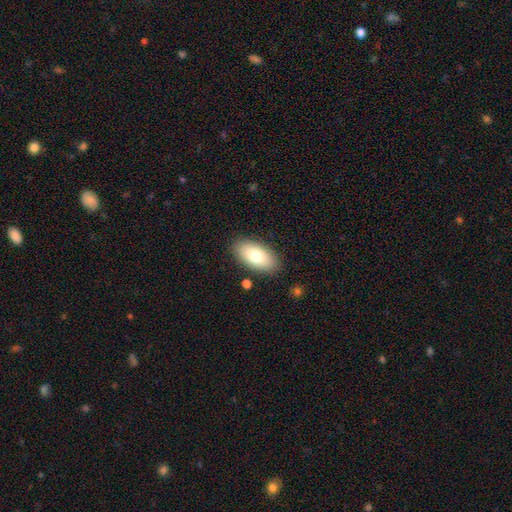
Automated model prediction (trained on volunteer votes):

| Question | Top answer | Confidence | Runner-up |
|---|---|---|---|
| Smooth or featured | smooth | 79% | featured or disk (14%) |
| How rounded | in between | 94% | cigar-shaped (3%) |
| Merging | none | 87% | minor disturbance (9%) |